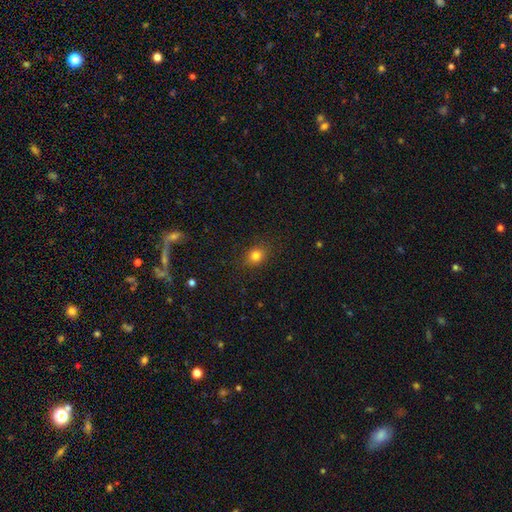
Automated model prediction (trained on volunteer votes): Overall: smooth (82%). How rounded: round (64%; in between 35%). Merging: none (87%).